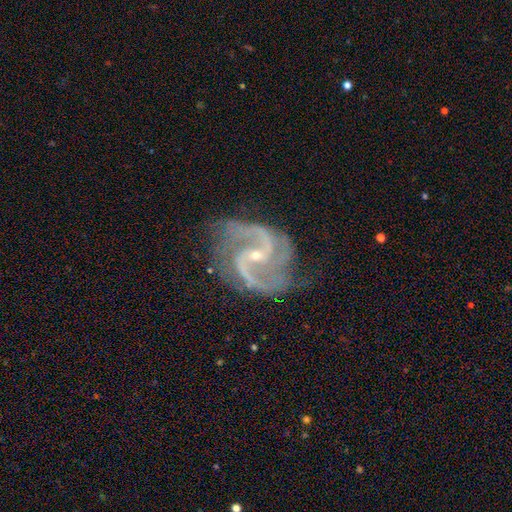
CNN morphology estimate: Smooth or featured? featured or disk (93%)
Edge-on disk? no (98%)
Bar? weak (39%)
Spiral arms? yes (99%)
Spiral winding? medium (59%)
Spiral arm count? 2 (85%)
Bulge size? small (77%)
Merging? none (69%)